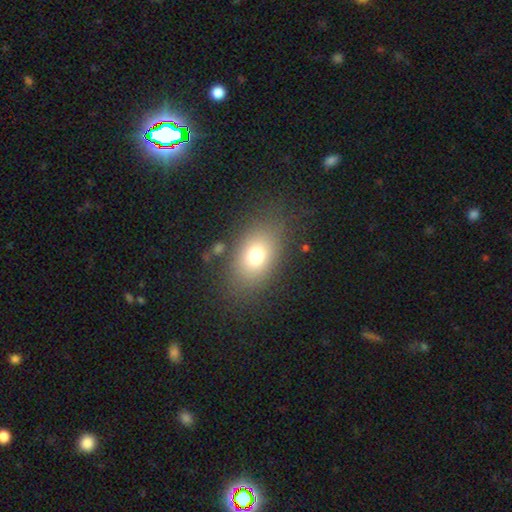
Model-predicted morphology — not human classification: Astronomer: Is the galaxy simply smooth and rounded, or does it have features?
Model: smooth — 72%.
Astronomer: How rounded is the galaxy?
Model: in between — 71%.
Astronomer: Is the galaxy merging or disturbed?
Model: none — 78%.